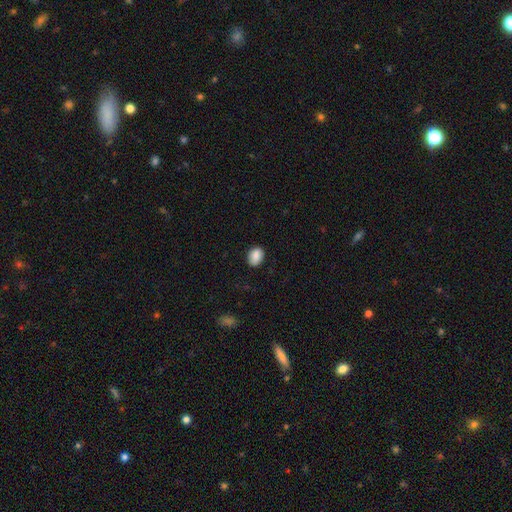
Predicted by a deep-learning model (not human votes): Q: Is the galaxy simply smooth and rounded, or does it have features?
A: smooth — 88%.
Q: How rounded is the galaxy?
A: in between — 73%.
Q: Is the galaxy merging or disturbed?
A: none — 85%.